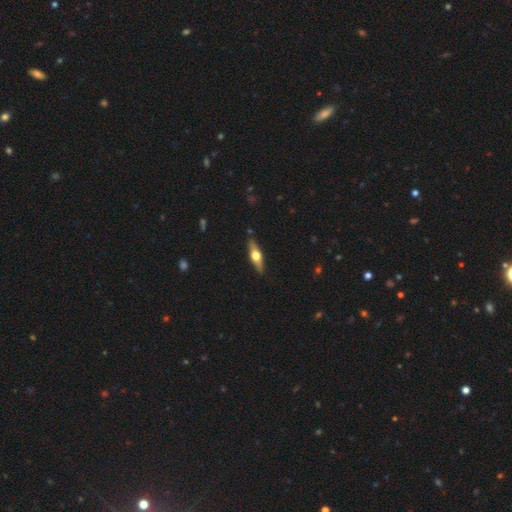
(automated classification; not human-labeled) smooth_or_featured: featured or disk (p=0.60) [alt: smooth p=0.35]
disk_edge_on: yes (p=0.93) [alt: no p=0.07]
edge_on_bulge: rounded (p=0.96) [alt: boxy p=0.03]
merging: none (p=0.89) [alt: minor disturbance p=0.08]